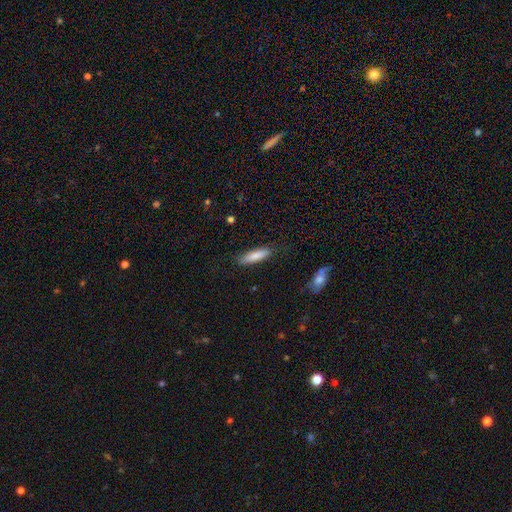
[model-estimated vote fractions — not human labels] Morphology: type=smooth (82%); roundness=cigar-shaped (76%); merging=none (84%).